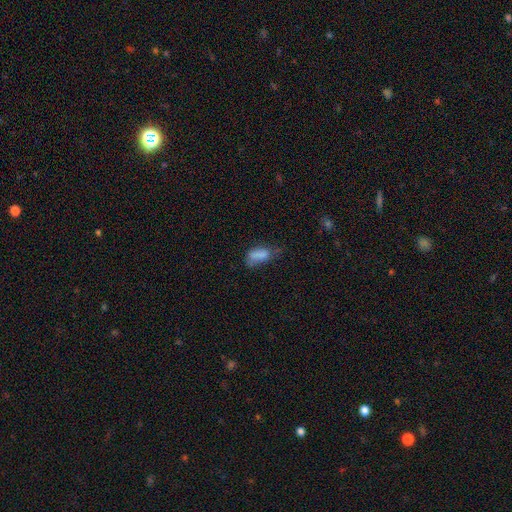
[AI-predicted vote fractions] This is likely a smooth galaxy (75%). How rounded: clearly in between (81%). Merging: marginally none (37%).